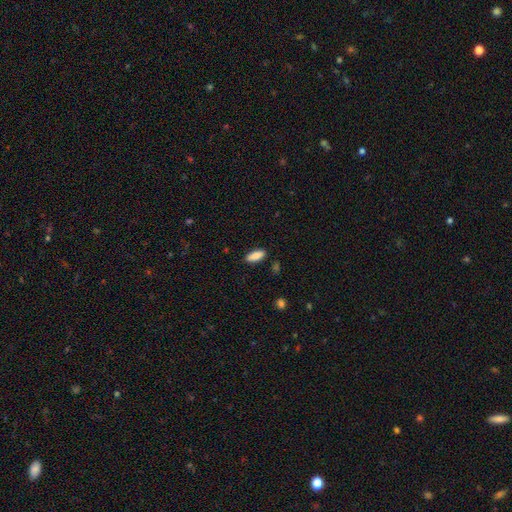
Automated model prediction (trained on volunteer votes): smooth-or-featured: smooth: 85% | featured or disk: 9% | star or artifact: 7%
  how-rounded: in between: 78% | cigar-shaped: 20% | round: 2%
  merging: none: 87% | minor disturbance: 9% | major disturbance: 2% | merger: 1%